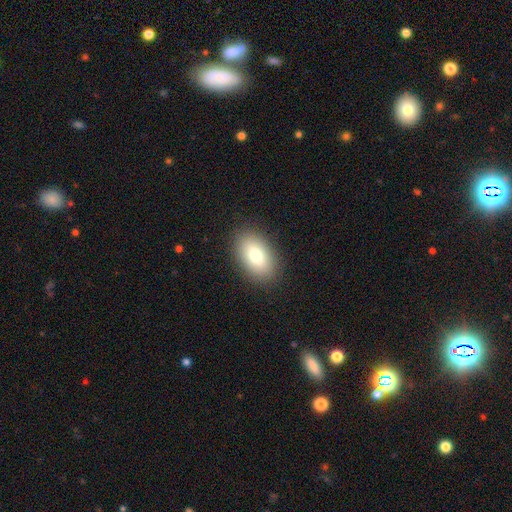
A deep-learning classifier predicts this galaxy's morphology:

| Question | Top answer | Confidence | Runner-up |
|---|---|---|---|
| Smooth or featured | smooth | 78% | featured or disk (14%) |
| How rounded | in between | 90% | round (8%) |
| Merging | none | 88% | minor disturbance (8%) |